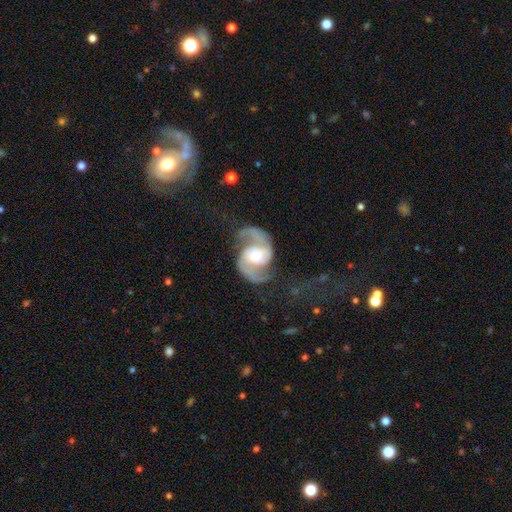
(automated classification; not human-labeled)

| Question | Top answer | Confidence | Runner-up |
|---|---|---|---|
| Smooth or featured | featured or disk | 92% | smooth (4%) |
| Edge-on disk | no | 98% | yes (2%) |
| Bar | no | 49% | weak (37%) |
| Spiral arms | yes | 98% | no (2%) |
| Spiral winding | medium | 53% | loose (34%) |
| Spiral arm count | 2 | 94% | can't tell (2%) |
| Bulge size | moderate | 47% | large (30%) |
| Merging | none | 68% | minor disturbance (16%) |